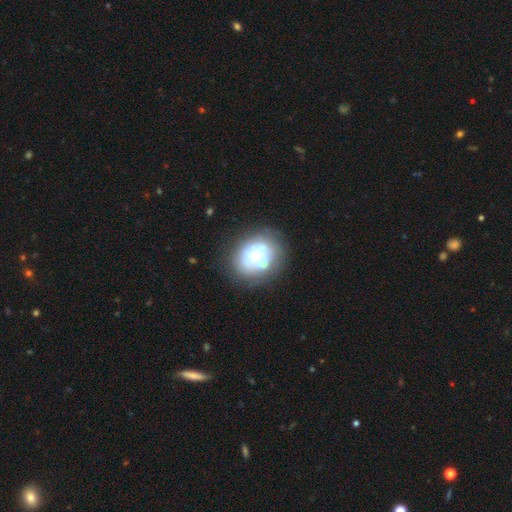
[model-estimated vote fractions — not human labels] smooth_or_featured: featured or disk (p=0.55) [alt: smooth p=0.37]
disk_edge_on: no (p=0.97) [alt: yes p=0.03]
bar: no (p=0.89) [alt: weak p=0.08]
has_spiral_arms: no (p=0.76) [alt: yes p=0.24]
bulge_size: moderate (p=0.56) [alt: small p=0.33]
merging: none (p=0.59) [alt: minor disturbance p=0.21]